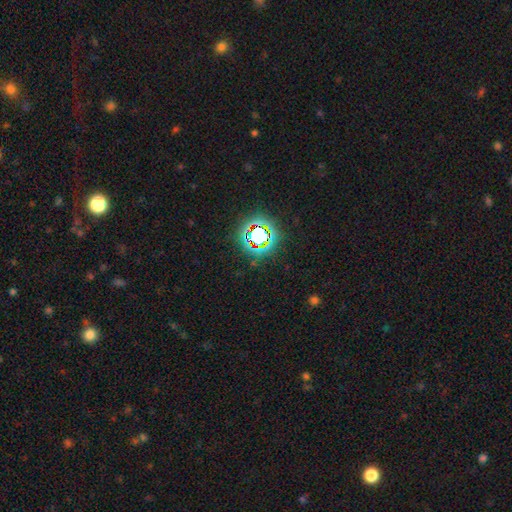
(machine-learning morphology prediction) Overall: star or artifact (78%).